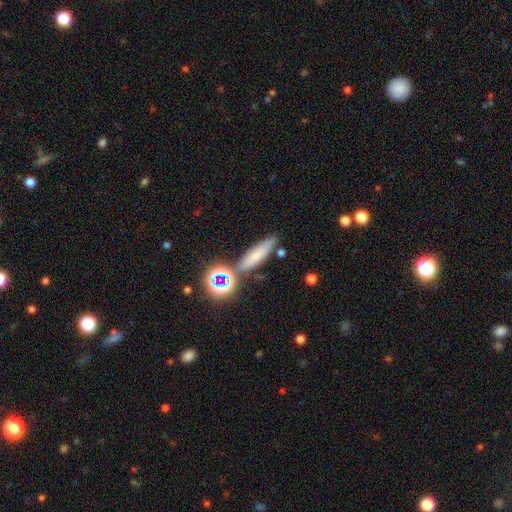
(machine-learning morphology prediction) Smooth or featured: smooth — 64% (star or artifact — 20%)
How rounded: cigar-shaped — 62% (in between — 29%)
Merging: none — 72% (minor disturbance — 12%)